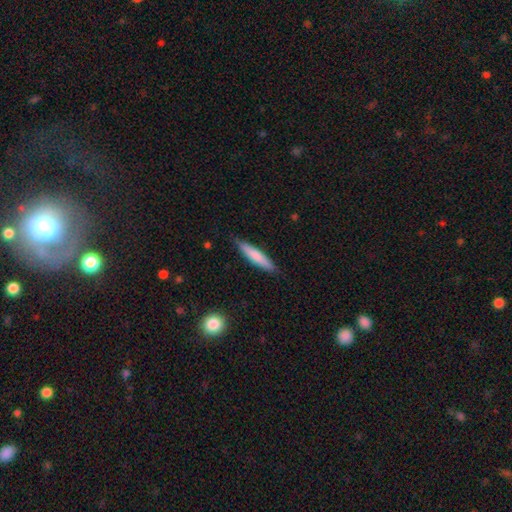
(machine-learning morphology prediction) This appears to be a smooth galaxy with no disk features (73%) that is cigar-shaped (89%). Merging: none (85%).